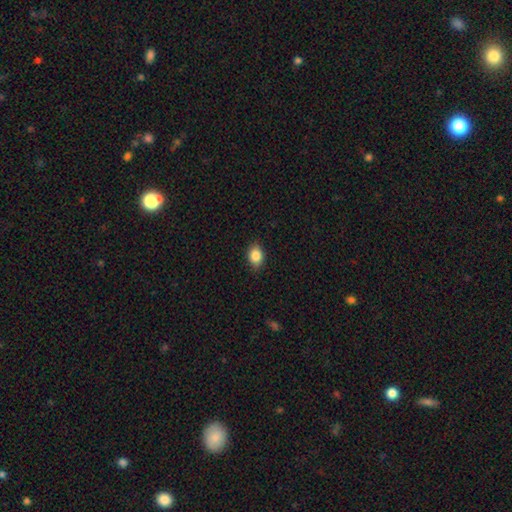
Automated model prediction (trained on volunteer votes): A smooth galaxy with no disk features (86%) that is in between round and cigar-shaped (69%). Merging: none (85%).